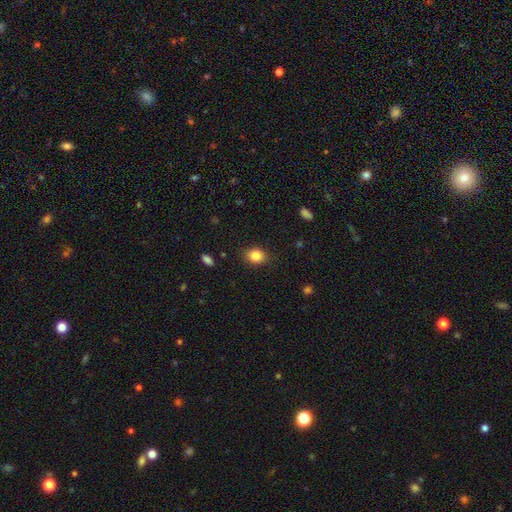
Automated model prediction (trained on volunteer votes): The model was most divided on "how rounded": round: 52%, in between: 47%, cigar-shaped: 1%. More confident: merging — none (87%); smooth or featured — smooth (86%).